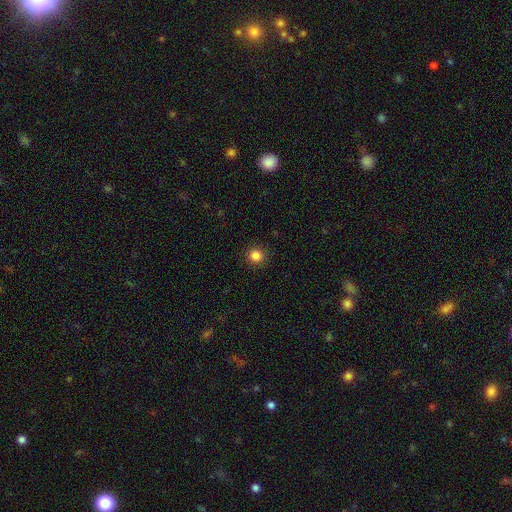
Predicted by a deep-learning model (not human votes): Smooth or featured? smooth (85%)
How rounded? round (93%)
Merging? none (91%)